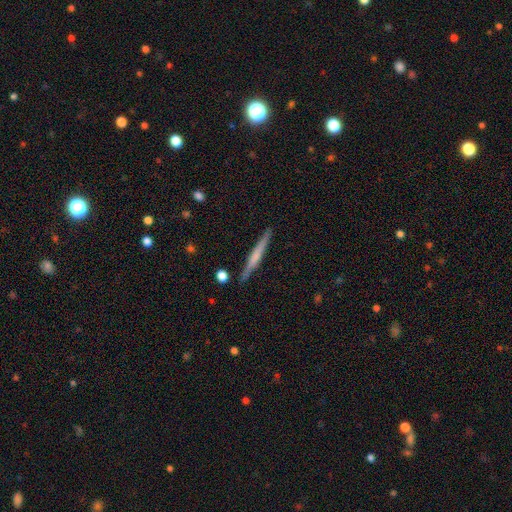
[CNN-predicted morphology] type=featured or disk (54%); edge-on=yes (98%); edge-on bulge=none (47%); merging=none (89%).